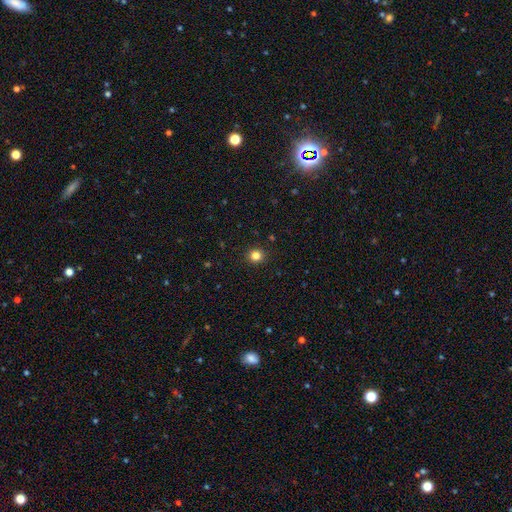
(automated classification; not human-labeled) Smooth or featured? Predicted: smooth (p=0.83). How rounded? Predicted: round (p=0.90). Merging? Predicted: none (p=0.92).